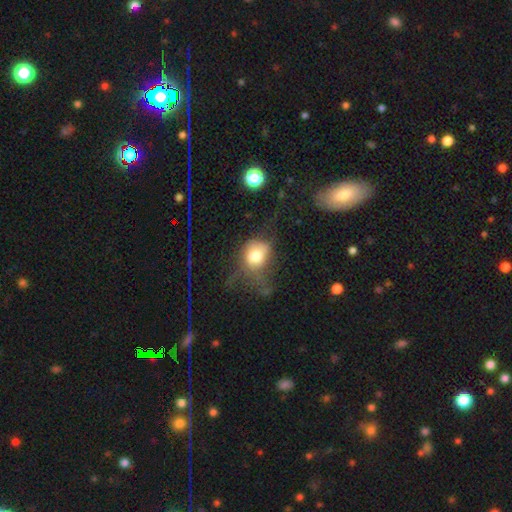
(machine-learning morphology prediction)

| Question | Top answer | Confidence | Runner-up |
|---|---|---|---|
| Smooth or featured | smooth | 64% | featured or disk (23%) |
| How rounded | round | 58% | in between (40%) |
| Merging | major disturbance | 45% | none (29%) |